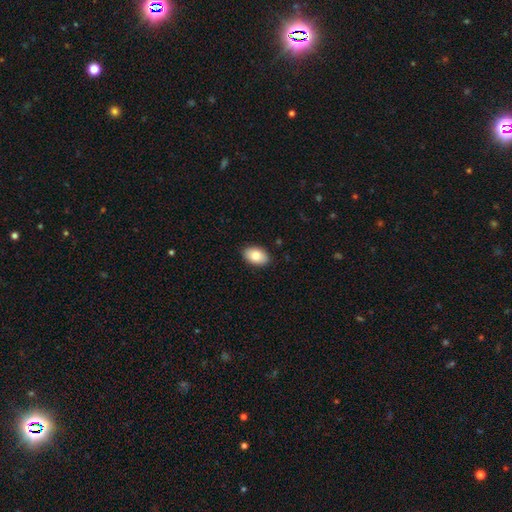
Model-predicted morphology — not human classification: A smooth galaxy with no disk features (83%) that is in between round and cigar-shaped (91%). Merging: none (90%).